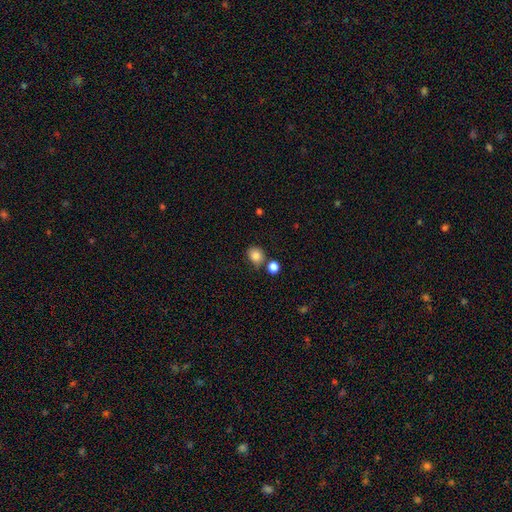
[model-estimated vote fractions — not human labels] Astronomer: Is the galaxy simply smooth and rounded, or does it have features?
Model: smooth — 84%.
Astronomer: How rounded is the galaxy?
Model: round — 66%.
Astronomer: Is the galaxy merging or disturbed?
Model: none — 68%.